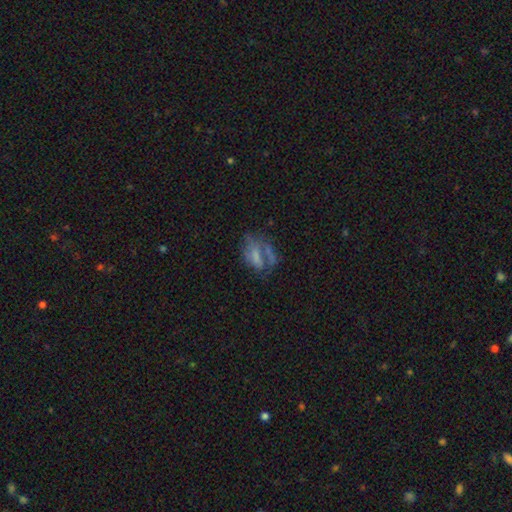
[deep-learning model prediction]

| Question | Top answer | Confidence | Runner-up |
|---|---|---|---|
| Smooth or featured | smooth | 47% | featured or disk (36%) |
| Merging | none | 37% | major disturbance (27%) |